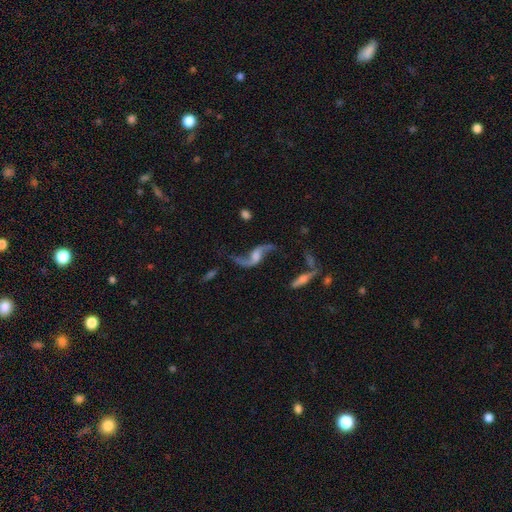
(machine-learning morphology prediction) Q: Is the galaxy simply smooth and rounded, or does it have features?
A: featured or disk — 89%.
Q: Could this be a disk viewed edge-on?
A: no — 93%.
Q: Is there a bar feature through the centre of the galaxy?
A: no — 53%.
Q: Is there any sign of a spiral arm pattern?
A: yes — 96%.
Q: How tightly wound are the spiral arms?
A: loose — 92%.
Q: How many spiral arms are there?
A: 2 — 93%.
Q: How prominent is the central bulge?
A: moderate — 34%.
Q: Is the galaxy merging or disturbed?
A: none — 69%.